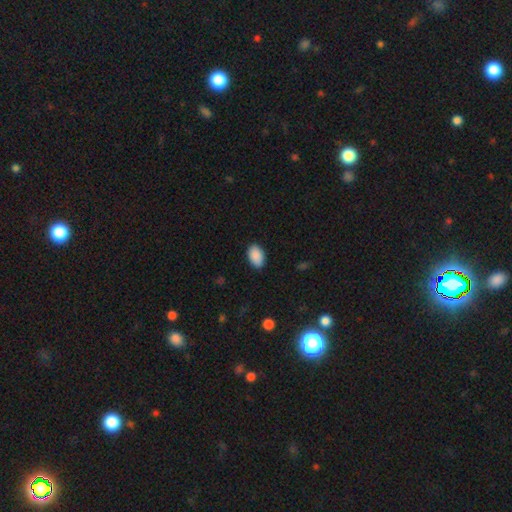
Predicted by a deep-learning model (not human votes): Smooth or featured: smooth — 90% (star or artifact — 7%)
How rounded: in between — 92% (round — 7%)
Merging: none — 88% (minor disturbance — 9%)